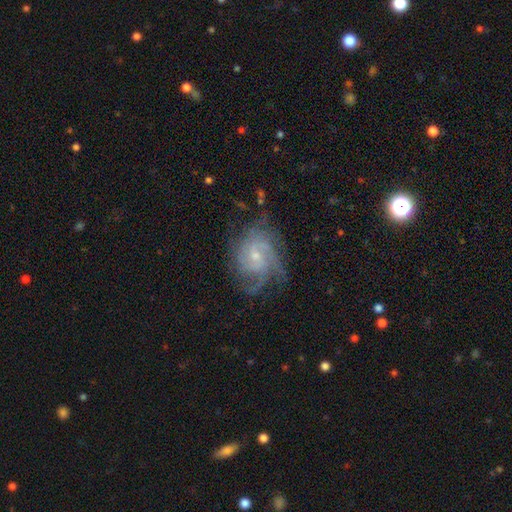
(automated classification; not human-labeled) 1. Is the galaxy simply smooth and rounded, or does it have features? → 84% featured or disk, 9% smooth, 8% star or artifact.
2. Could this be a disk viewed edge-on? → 97% no, 3% yes.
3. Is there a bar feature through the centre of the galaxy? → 62% no, 33% weak, 5% strong.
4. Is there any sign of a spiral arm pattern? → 96% yes, 4% no.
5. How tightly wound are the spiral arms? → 50% tight, 39% medium, 11% loose.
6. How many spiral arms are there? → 27% 3 (tied), 27% can't tell (tied), 17% 4, 15% 2, 7% more than 4, 6% 1.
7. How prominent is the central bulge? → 64% small, 31% moderate, 3% none, 2% large, 1% dominant.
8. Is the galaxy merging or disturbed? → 65% none, 21% minor disturbance, 13% major disturbance, 2% merger.